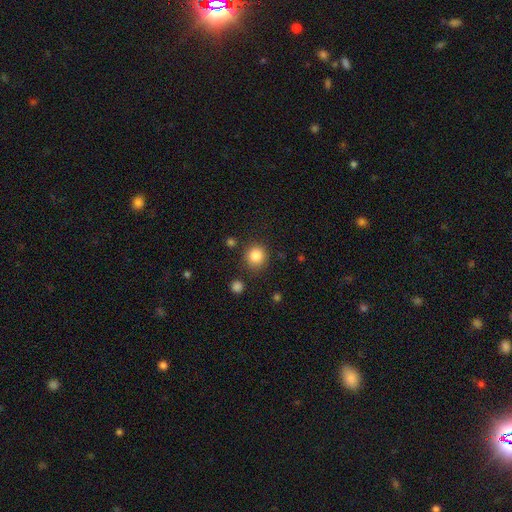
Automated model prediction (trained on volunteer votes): This is clearly a smooth galaxy (85%). How rounded: clearly round (90%). Merging: clearly none (85%).